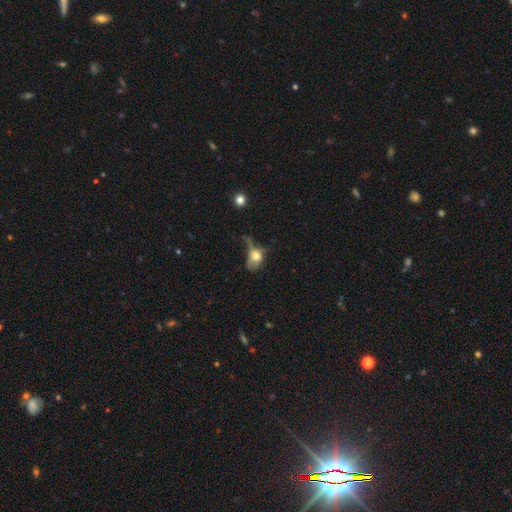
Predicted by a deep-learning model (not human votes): Smooth or featured? smooth (63%)
How rounded? in between (67%)
Merging? major disturbance (45%)